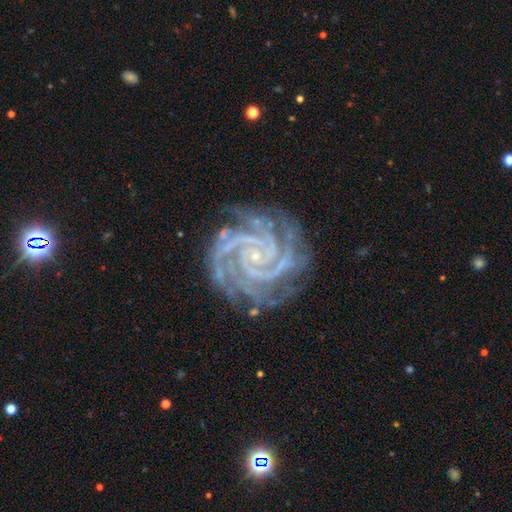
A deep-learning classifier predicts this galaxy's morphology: A featured or disk galaxy (93%) with no bar (63%), 3 (26%) tight (80%) spiral arms (99%) and a small central bulge (89%). Merging: none (79%).